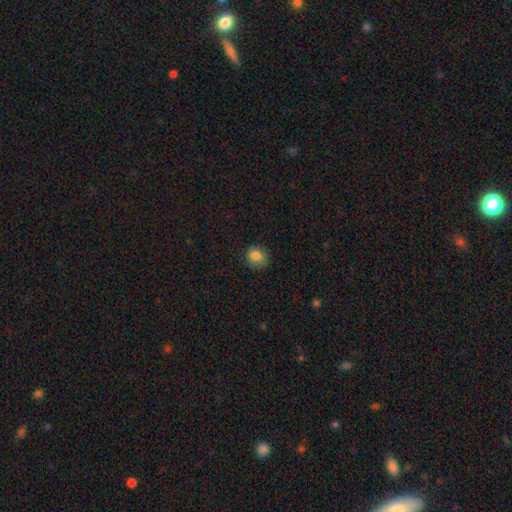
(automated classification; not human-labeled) A smooth galaxy with no disk features (83%) that is round (66%). Merging: none (73%).